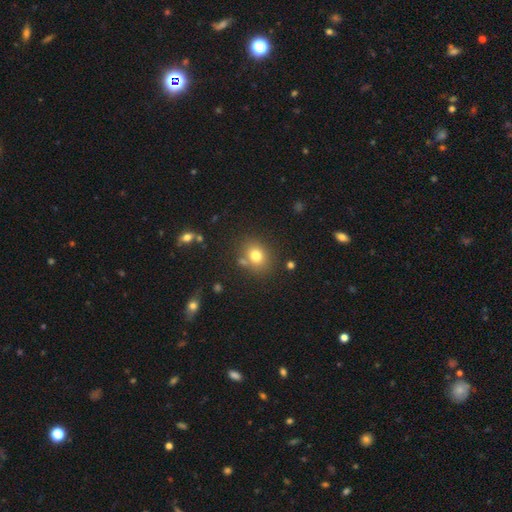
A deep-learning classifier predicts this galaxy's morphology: This appears to be a smooth galaxy with no disk features (77%) that is round (60%). Merging: none (74%).